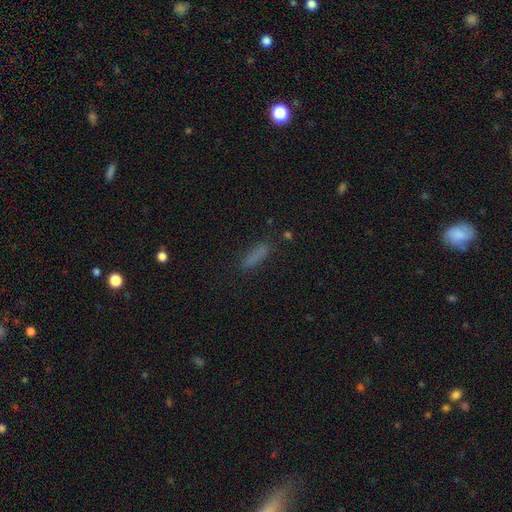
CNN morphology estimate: This is likely a smooth galaxy (80%). How rounded: likely cigar-shaped (76%). Merging: clearly none (82%).